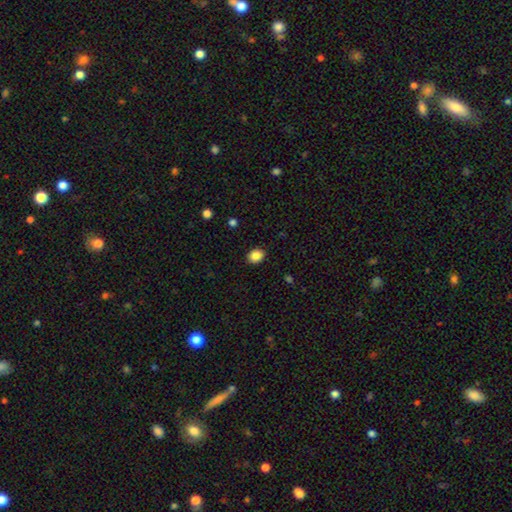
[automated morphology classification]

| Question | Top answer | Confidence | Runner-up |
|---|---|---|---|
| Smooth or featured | smooth | 87% | star or artifact (9%) |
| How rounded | round | 53% | in between (46%) |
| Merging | none | 90% | minor disturbance (7%) |